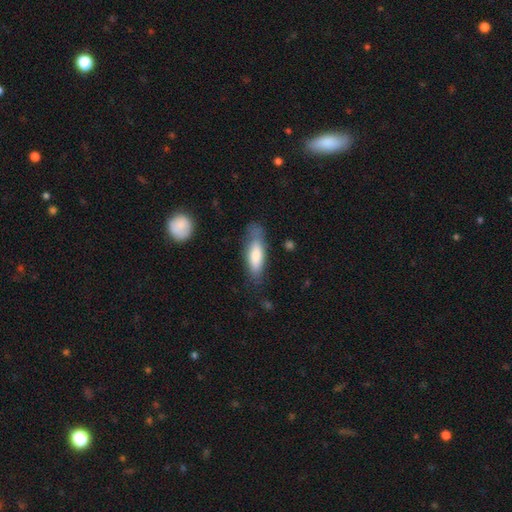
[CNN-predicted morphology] Overall: smooth (78%). How rounded: in between (55%; cigar-shaped 44%). Merging: none (59%; minor disturbance 26%).